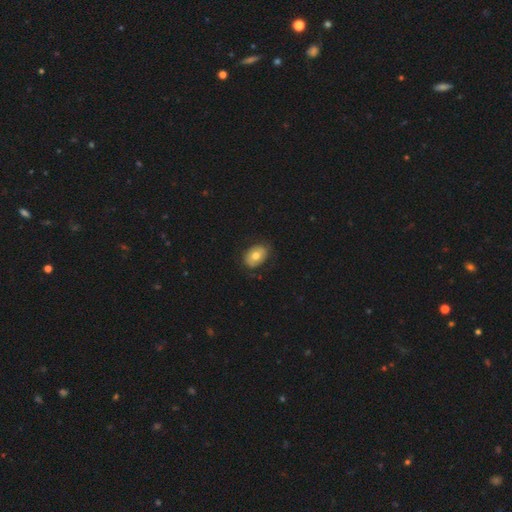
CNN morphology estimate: Smooth or featured? smooth (69%)
How rounded? in between (78%)
Merging? none (78%)